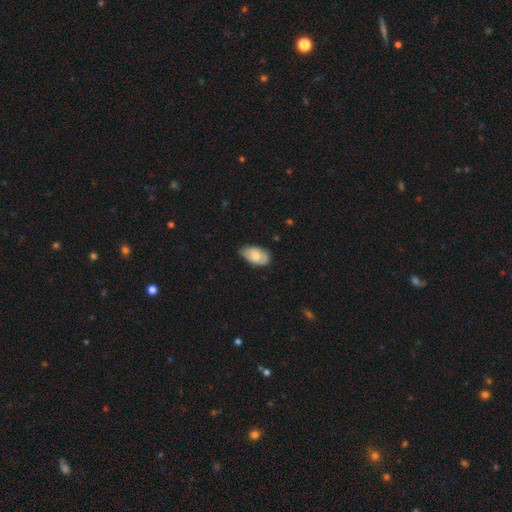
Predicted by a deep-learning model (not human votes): This appears to be a smooth galaxy with no disk features (71%) that is in between round and cigar-shaped (93%). Merging: none (68%).